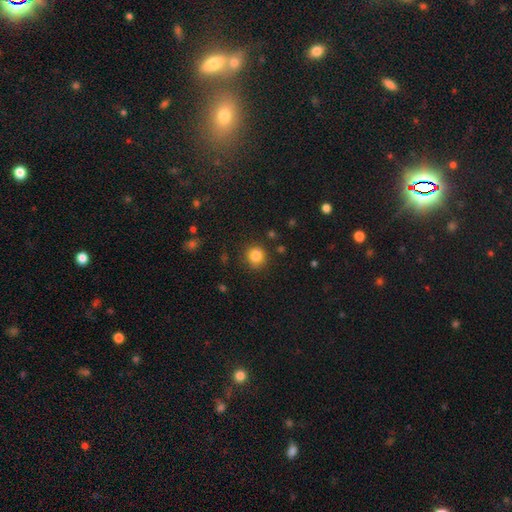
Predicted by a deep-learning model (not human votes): Morphology: type=smooth (83%); roundness=round (88%); merging=none (85%).